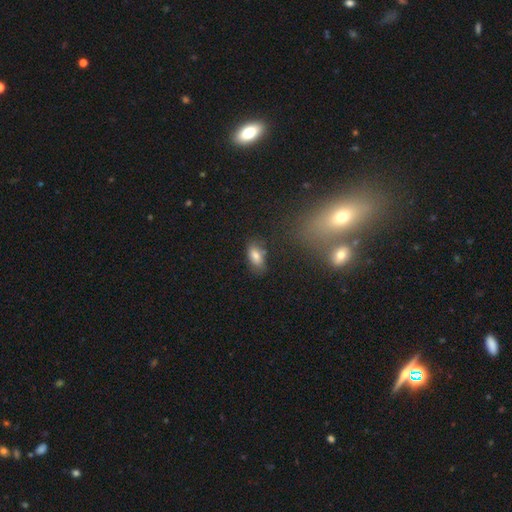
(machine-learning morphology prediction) smooth 79%, featured or disk 11%, star or artifact 10%. Down the decision tree: how rounded — in between (88%); merging — none (74%).